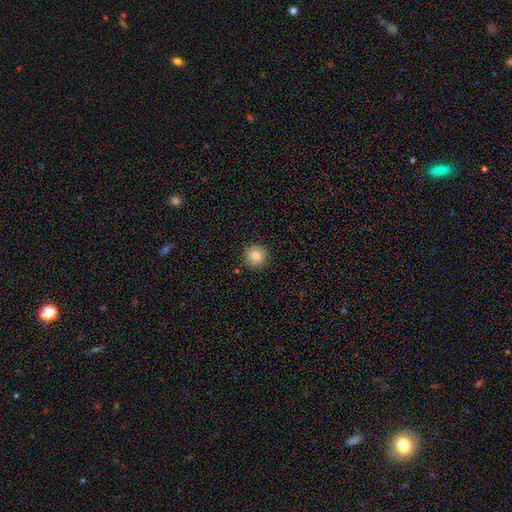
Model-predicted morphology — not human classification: This appears to be a smooth galaxy with no disk features (83%) that is round (94%). Merging: none (91%).